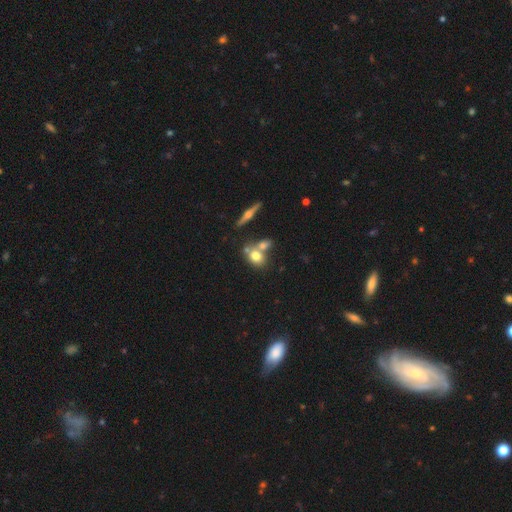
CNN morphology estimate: type=smooth (68%); roundness=in between (54%); merging=none (47%).